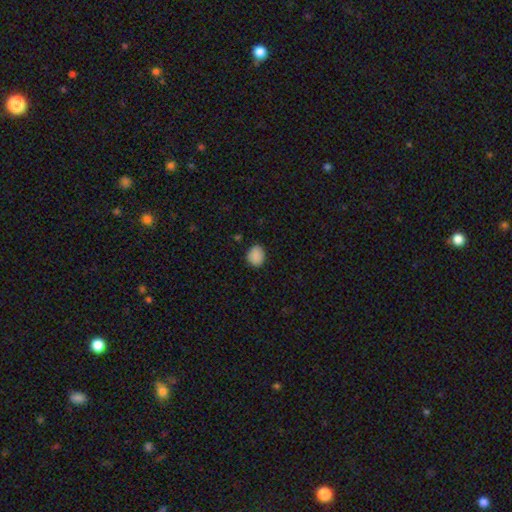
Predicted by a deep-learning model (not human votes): This is clearly a smooth galaxy (89%). How rounded: possibly round (57%). Merging: clearly none (85%).